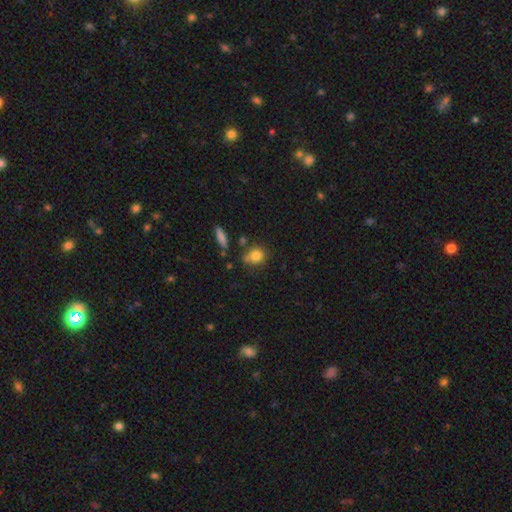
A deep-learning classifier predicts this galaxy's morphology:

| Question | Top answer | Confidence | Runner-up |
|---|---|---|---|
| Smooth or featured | smooth | 81% | star or artifact (10%) |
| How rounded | round | 66% | in between (31%) |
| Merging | none | 64% | minor disturbance (19%) |